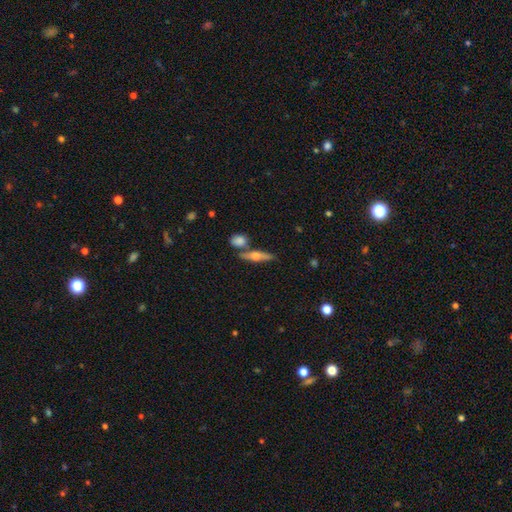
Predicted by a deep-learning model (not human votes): smooth_or_featured: featured or disk (p=0.56) [alt: smooth p=0.36]
disk_edge_on: yes (p=0.95) [alt: no p=0.05]
edge_on_bulge: rounded (p=0.88) [alt: boxy p=0.08]
merging: none (p=0.70) [alt: merger p=0.16]